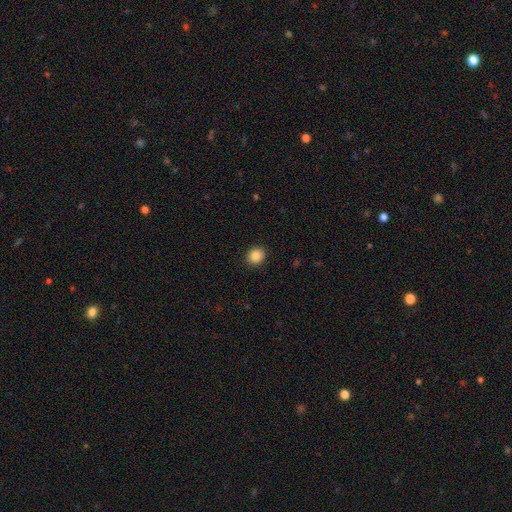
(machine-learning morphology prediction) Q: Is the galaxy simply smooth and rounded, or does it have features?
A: smooth — 87%.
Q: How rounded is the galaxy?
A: round — 72%.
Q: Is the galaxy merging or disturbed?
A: none — 92%.